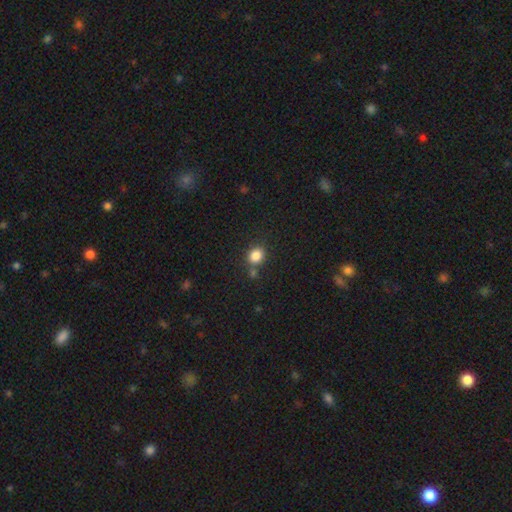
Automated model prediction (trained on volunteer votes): Q: Smooth or featured?
A: smooth (84%); runner-up: star or artifact (11%)
Q: How rounded?
A: round (61%); runner-up: in between (38%)
Q: Merging?
A: none (71%); runner-up: merger (13%)